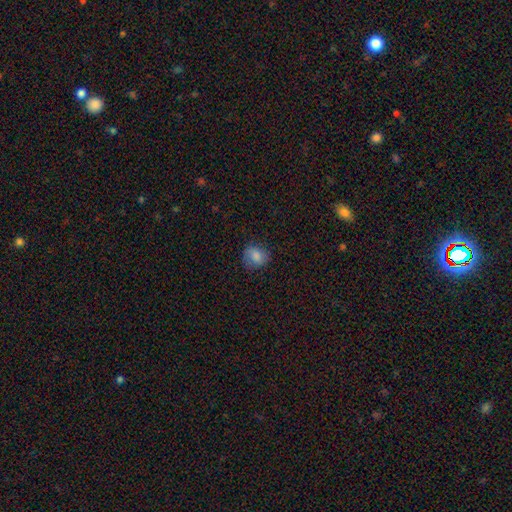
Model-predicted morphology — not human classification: Smooth or featured: smooth — 79% (featured or disk — 12%)
How rounded: round — 70% (in between — 29%)
Merging: none — 76% (minor disturbance — 18%)